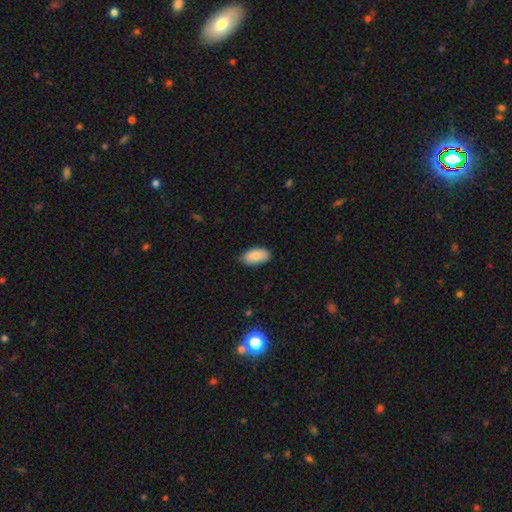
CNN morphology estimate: Overall: smooth (87%). How rounded: in between (95%). Merging: none (81%).